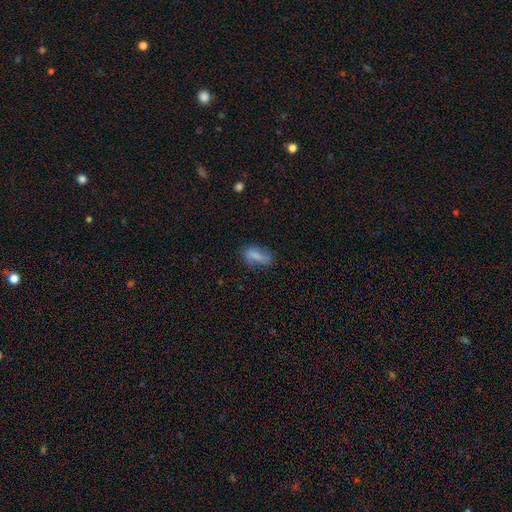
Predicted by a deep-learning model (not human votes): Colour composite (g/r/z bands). It shows a smooth galaxy with no disk features (74%) that is in between round and cigar-shaped (83%). Merging: none (61%).